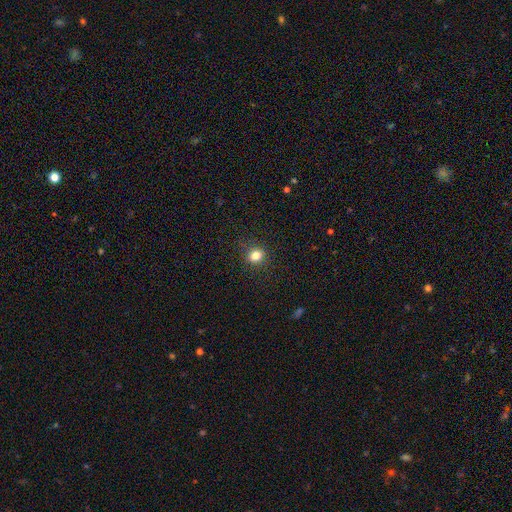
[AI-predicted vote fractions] A smooth galaxy with no disk features (81%) that is round (70%). Merging: none (89%).